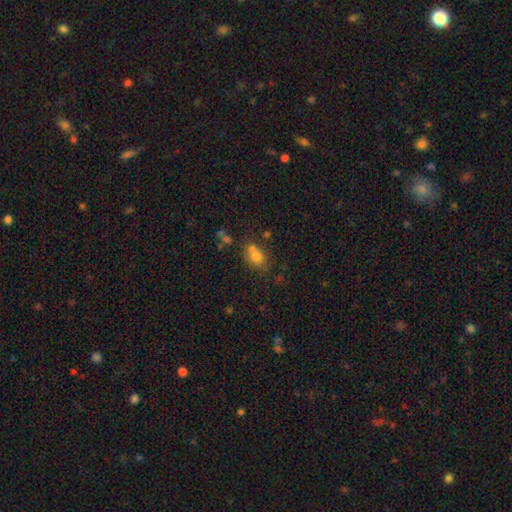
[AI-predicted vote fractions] A smooth galaxy with no disk features (72%) that is in between round and cigar-shaped (56%).

Vote fractions:
- Smooth or featured? smooth: 72% / star or artifact: 15% / featured or disk: 13%
- How rounded? in between: 56% / round: 43% / cigar-shaped: 2%
- Merging? none: 49% / merger: 32% / minor disturbance: 14% / major disturbance: 5%